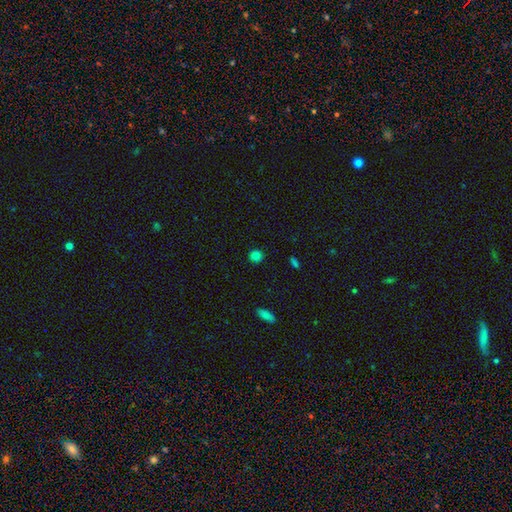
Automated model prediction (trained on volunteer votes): Smooth or featured? smooth (82%)
How rounded? round (91%)
Merging? none (90%)